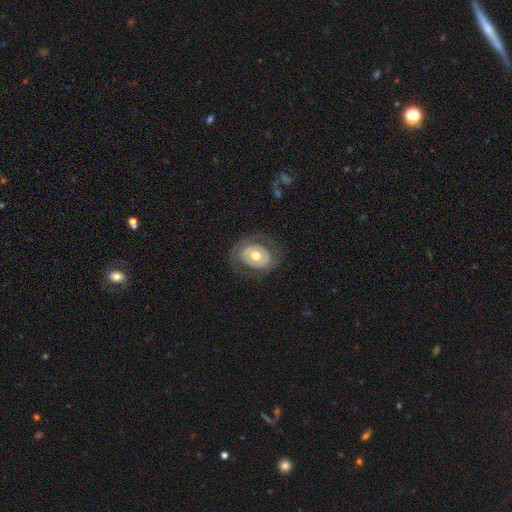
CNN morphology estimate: featured or disk 56%, smooth 38%, star or artifact 6%. Down the decision tree: edge-on disk — no (95%); bar — no (78%); spiral arms — no (72%); bulge size — moderate (75%); merging — none (73%).